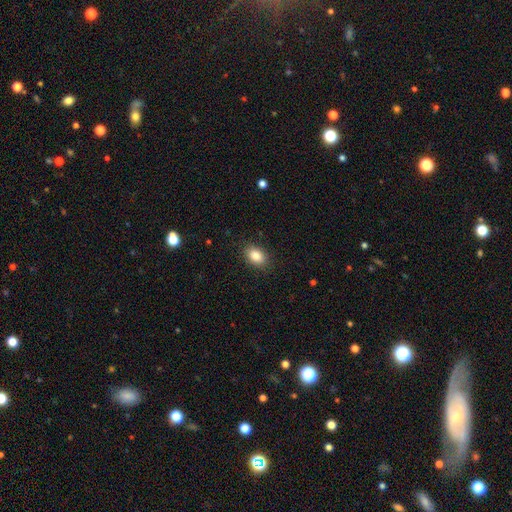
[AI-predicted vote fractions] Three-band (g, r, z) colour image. It shows a smooth galaxy with no disk features (85%) that is in between round and cigar-shaped (82%). Merging: none (87%).